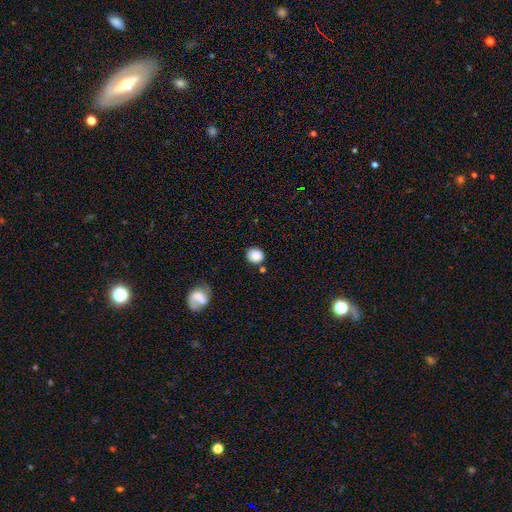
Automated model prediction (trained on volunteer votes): Q: Smooth or featured?
A: smooth (86%); runner-up: star or artifact (9%)
Q: How rounded?
A: round (79%); runner-up: in between (20%)
Q: Merging?
A: none (81%); runner-up: minor disturbance (11%)